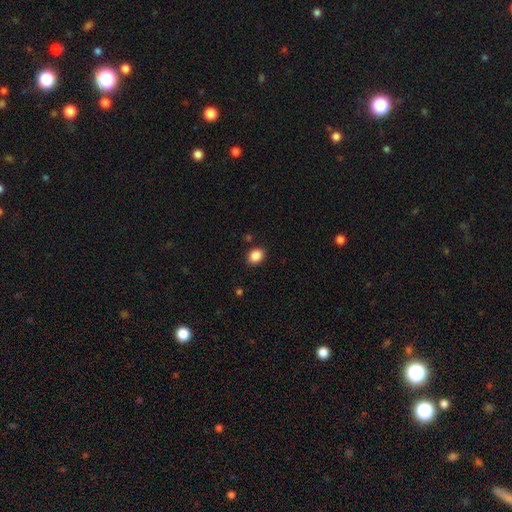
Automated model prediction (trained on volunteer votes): The model was most divided on "how rounded": in between: 51%, round: 48%, cigar-shaped: 1%. More confident: merging — none (88%); smooth or featured — smooth (87%).